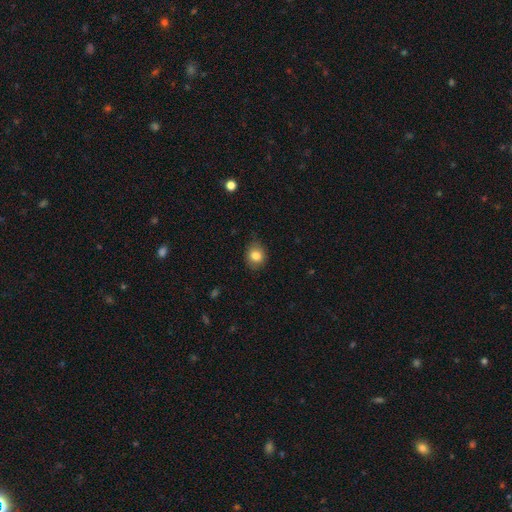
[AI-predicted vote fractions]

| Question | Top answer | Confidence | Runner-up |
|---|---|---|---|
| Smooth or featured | smooth | 84% | star or artifact (10%) |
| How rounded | round | 70% | in between (29%) |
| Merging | none | 81% | minor disturbance (15%) |